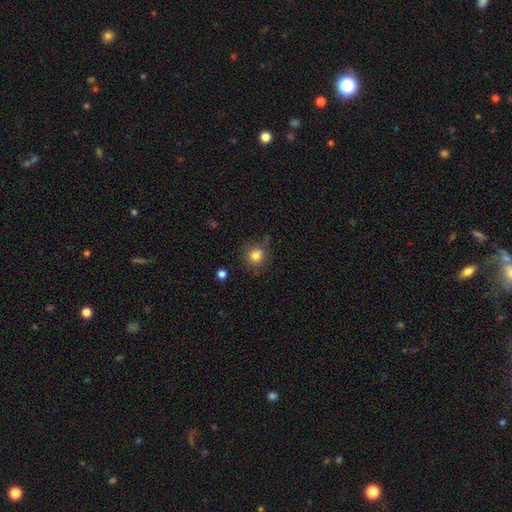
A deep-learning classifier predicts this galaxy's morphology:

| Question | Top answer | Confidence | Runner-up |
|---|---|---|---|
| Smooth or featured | smooth | 82% | star or artifact (11%) |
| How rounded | round | 90% | in between (9%) |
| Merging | none | 77% | minor disturbance (15%) |